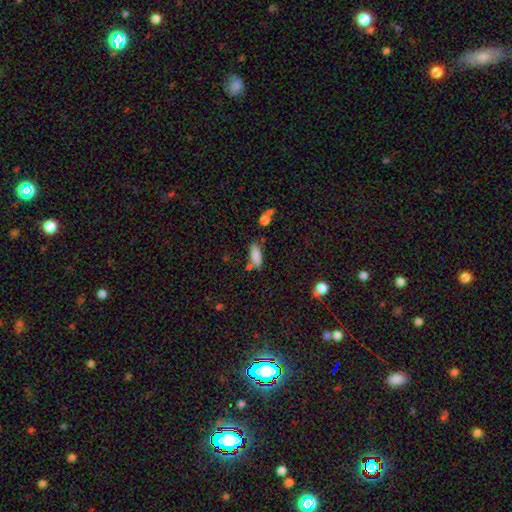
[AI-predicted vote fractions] Q: Smooth or featured?
A: smooth (85%); runner-up: star or artifact (8%)
Q: How rounded?
A: in between (72%); runner-up: cigar-shaped (25%)
Q: Merging?
A: none (67%); runner-up: minor disturbance (17%)